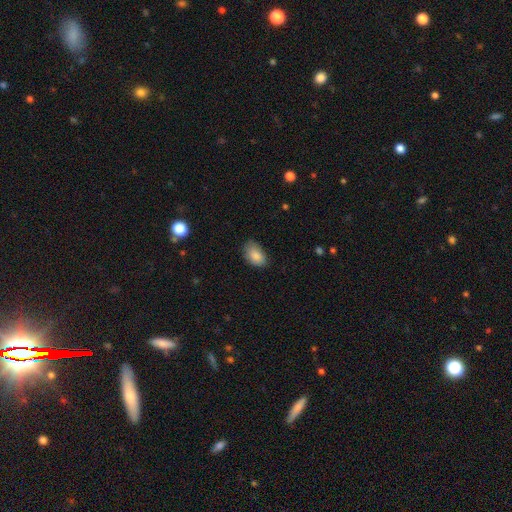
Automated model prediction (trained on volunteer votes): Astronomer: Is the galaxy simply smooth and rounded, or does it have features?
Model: smooth — 87%.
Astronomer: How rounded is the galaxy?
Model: in between — 91%.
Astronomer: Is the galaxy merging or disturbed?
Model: none — 72%.